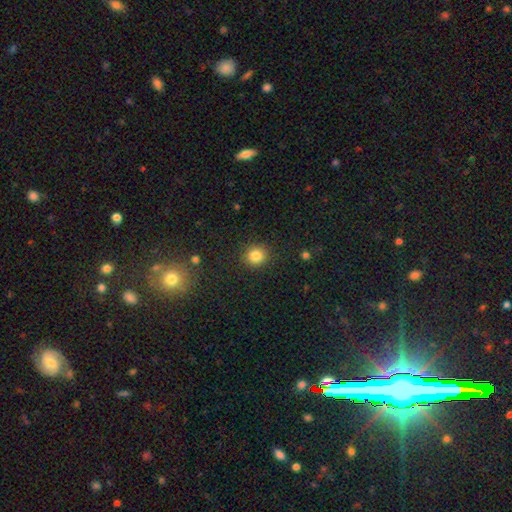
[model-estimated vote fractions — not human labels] Morphology: type=smooth (84%); roundness=round (90%); merging=none (90%).